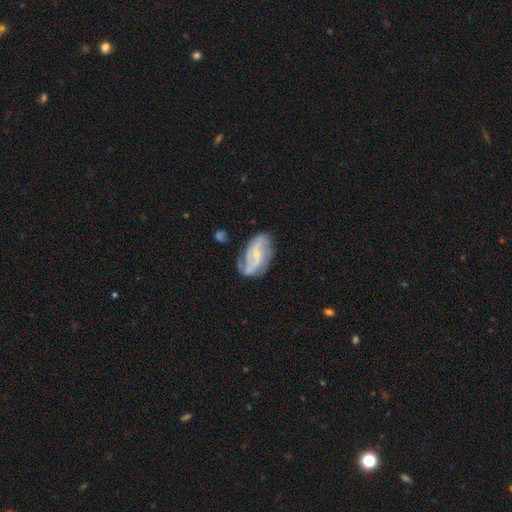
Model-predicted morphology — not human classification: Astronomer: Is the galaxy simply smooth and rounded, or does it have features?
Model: featured or disk — 80%.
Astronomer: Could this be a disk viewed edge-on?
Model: no — 96%.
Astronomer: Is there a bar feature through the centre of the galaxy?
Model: weak — 47% (runner-up: no, 29%).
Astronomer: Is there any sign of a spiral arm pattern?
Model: yes — 92%.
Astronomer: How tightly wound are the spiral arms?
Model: medium — 42% (runner-up: loose, 35%).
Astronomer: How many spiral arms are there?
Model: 2 — 62%.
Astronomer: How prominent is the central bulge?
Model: small — 66%.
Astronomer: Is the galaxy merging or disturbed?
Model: none — 62%.